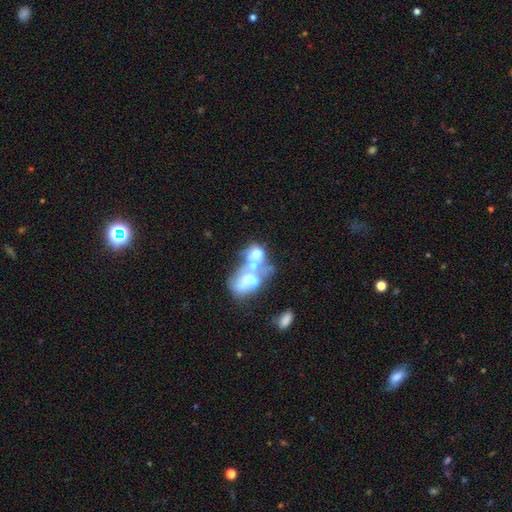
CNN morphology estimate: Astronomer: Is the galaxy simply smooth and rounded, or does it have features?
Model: featured or disk — 50% (runner-up: smooth, 35%).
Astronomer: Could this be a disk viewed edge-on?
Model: no — 97%.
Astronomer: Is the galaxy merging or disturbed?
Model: merger — 67%.